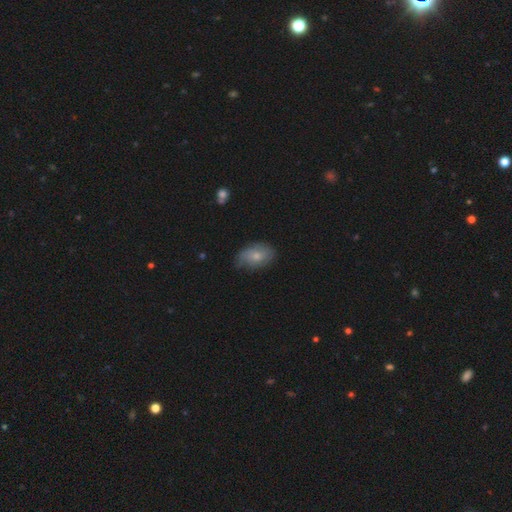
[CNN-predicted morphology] Overall: smooth (52%; featured or disk 40%). How rounded: in between (85%). Merging: none (58%; minor disturbance 31%).